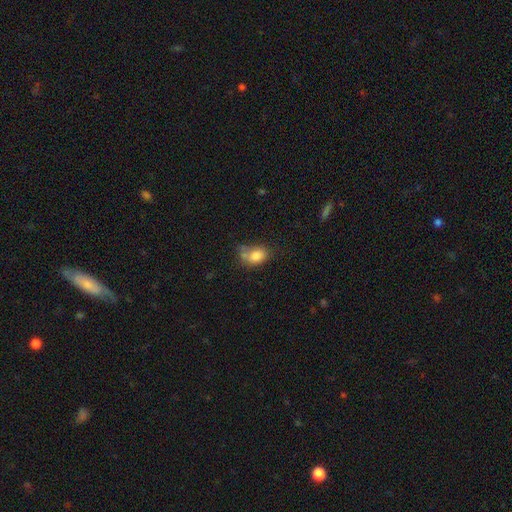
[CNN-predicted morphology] Smooth or featured?
  - smooth: 80% *
  - featured or disk: 10%
  - star or artifact: 10%
How rounded?
  - in between: 74% *
  - round: 24%
  - cigar-shaped: 2%
Merging?
  - none: 40% *
  - minor disturbance: 25%
  - merger: 24%
  - major disturbance: 11%